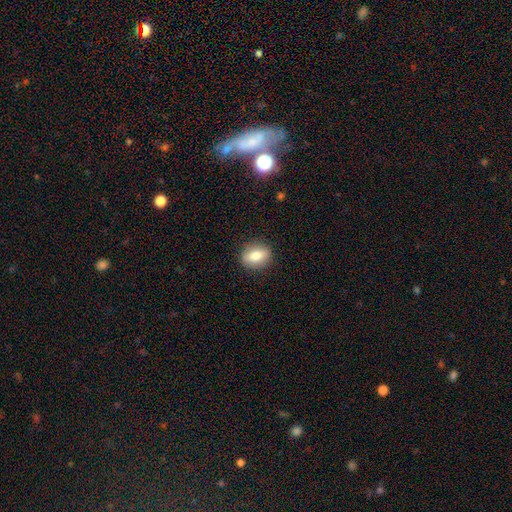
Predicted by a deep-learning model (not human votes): This appears to be a smooth galaxy with no disk features (79%) that is in between round and cigar-shaped (66%). Merging: none (88%).